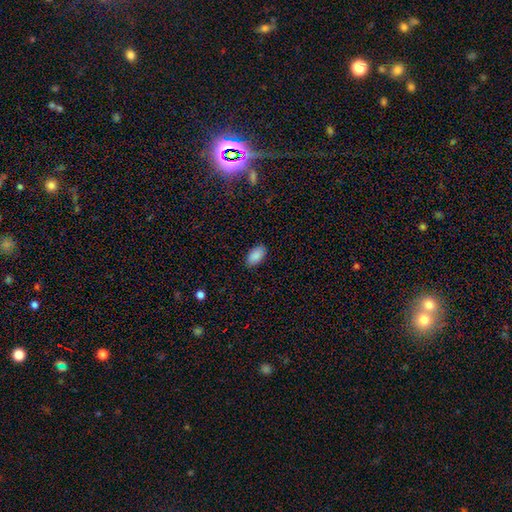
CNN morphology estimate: Smooth or featured?
  - smooth: 89% *
  - star or artifact: 7%
  - featured or disk: 4%
How rounded?
  - in between: 94% *
  - round: 4%
  - cigar-shaped: 2%
Merging?
  - none: 87% *
  - minor disturbance: 10%
  - major disturbance: 2%
  - merger: 1%